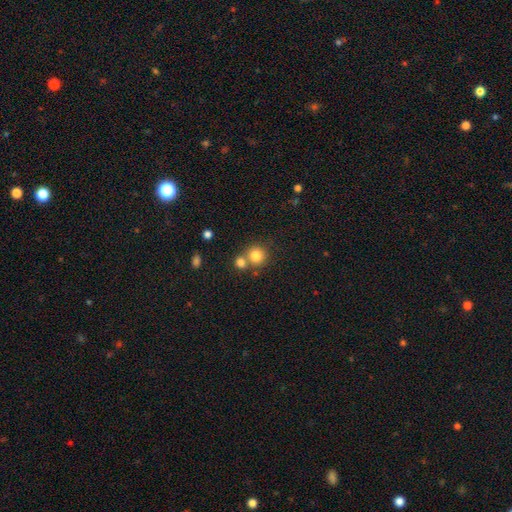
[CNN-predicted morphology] This is clearly a smooth galaxy (81%). How rounded: clearly round (90%). Merging: possibly none (57%).